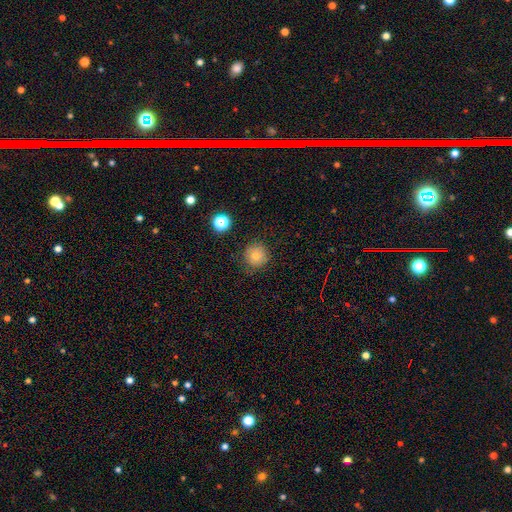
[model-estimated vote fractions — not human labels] A smooth galaxy with no disk features (74%) that is round (94%).

Vote fractions:
- Smooth or featured? smooth: 74% / star or artifact: 14% / featured or disk: 12%
- How rounded? round: 94% / in between: 5% / cigar-shaped: 1%
- Merging? none: 82% / minor disturbance: 13% / major disturbance: 4% / merger: 2%